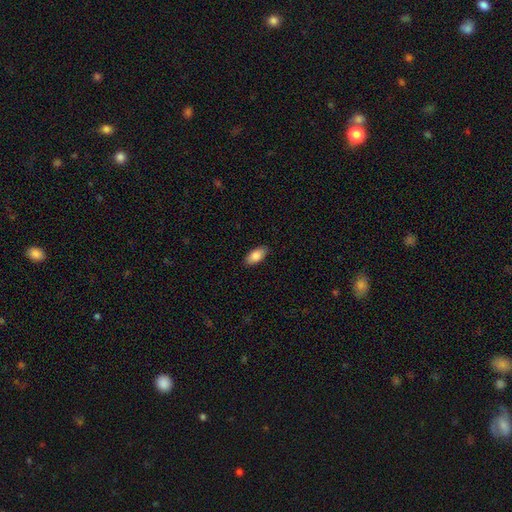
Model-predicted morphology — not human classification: Q: Smooth or featured?
A: smooth (85%); runner-up: featured or disk (9%)
Q: How rounded?
A: in between (91%); runner-up: cigar-shaped (7%)
Q: Merging?
A: none (88%); runner-up: minor disturbance (9%)